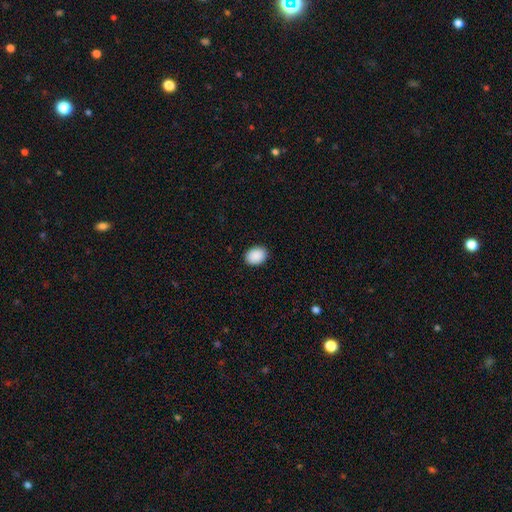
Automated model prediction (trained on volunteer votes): This is clearly a smooth galaxy (91%). How rounded: likely in between (68%). Merging: clearly none (90%).